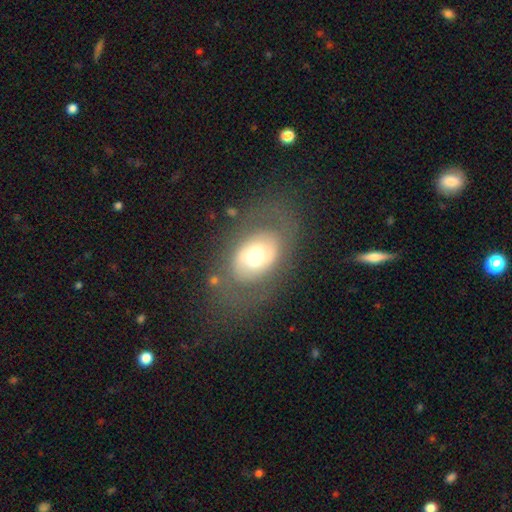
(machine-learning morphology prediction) smooth_or_featured: smooth (p=0.49) [alt: featured or disk p=0.42]
merging: none (p=0.73) [alt: minor disturbance p=0.14]